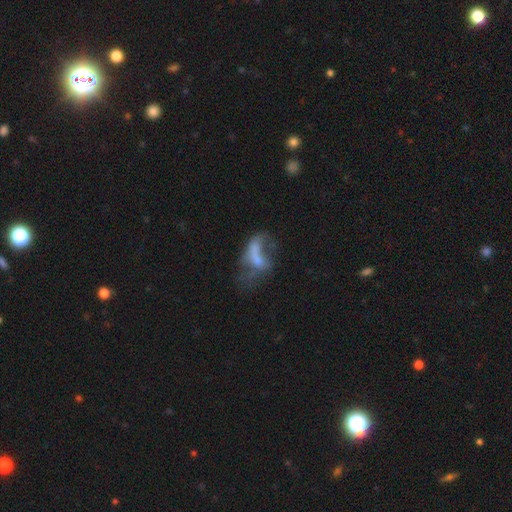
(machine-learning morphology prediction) A featured or disk galaxy (46%). Merging: major disturbance (49%).